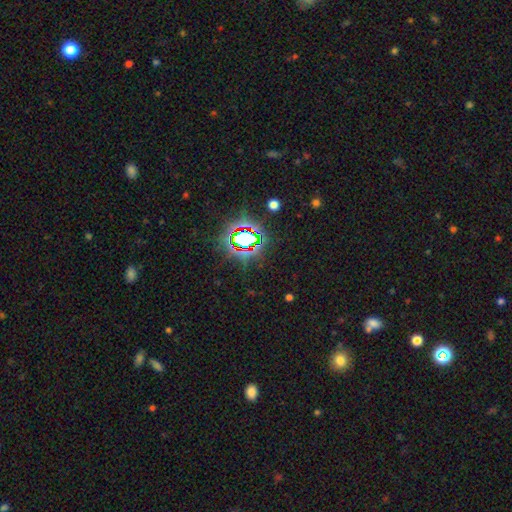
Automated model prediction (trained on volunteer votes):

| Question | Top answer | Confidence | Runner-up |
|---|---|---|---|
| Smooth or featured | star or artifact | 81% | smooth (12%) |